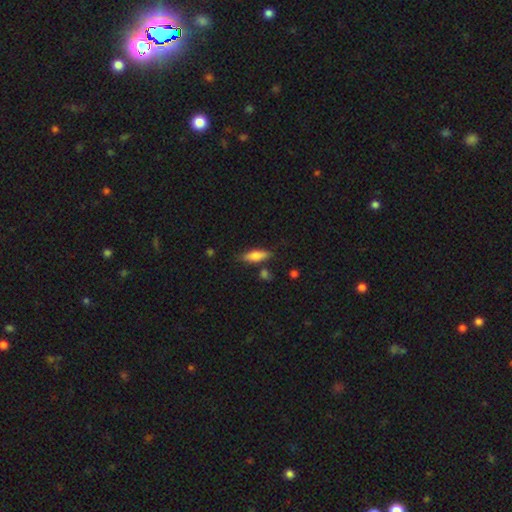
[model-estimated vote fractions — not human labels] A smooth galaxy with no disk features (72%) that is in between round and cigar-shaped (53%).

Vote fractions:
- Smooth or featured? smooth: 72% / featured or disk: 21% / star or artifact: 7%
- How rounded? in between: 53% / cigar-shaped: 45% / round: 3%
- Merging? none: 77% / minor disturbance: 15% / merger: 5% / major disturbance: 3%